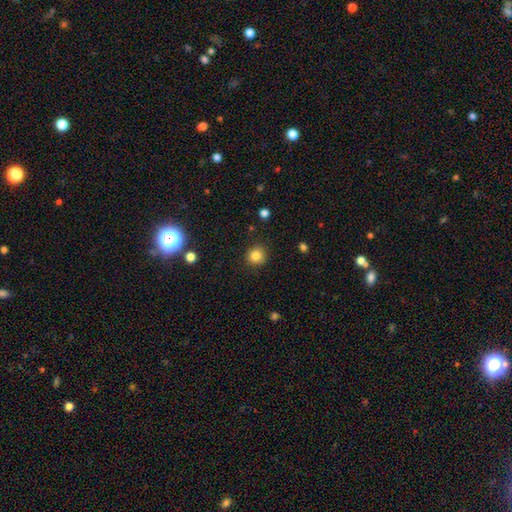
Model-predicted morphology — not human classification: Smooth or featured? Predicted: smooth (p=0.83). How rounded? Predicted: round (p=0.90). Merging? Predicted: none (p=0.89).